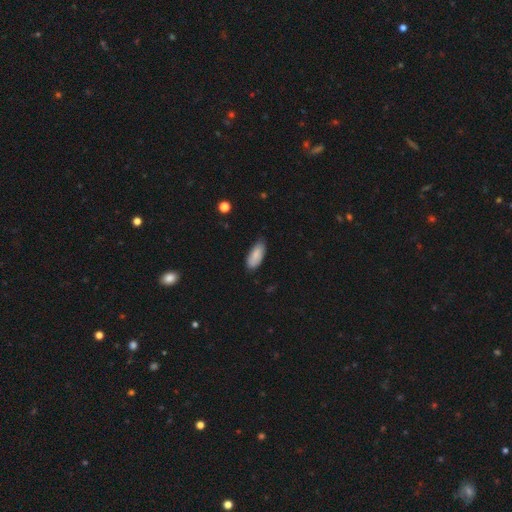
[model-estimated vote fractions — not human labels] Smooth or featured: smooth — 84% (featured or disk — 10%)
How rounded: in between — 86% (cigar-shaped — 13%)
Merging: none — 72% (minor disturbance — 24%)